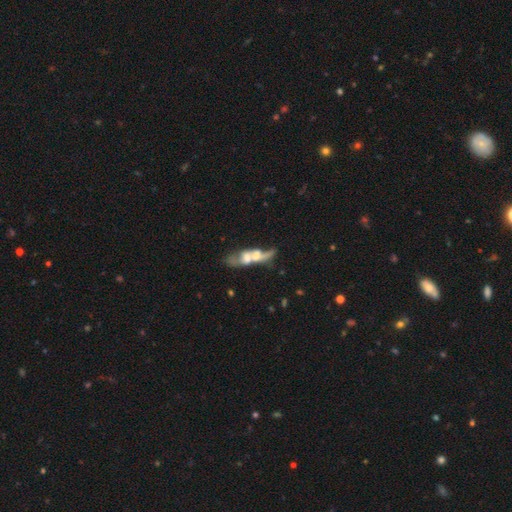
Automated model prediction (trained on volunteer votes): The model was most divided on "smooth or featured": featured or disk: 56%, smooth: 34%, star or artifact: 10%. More confident: edge-on disk — no (63%); merging — merger (54%).